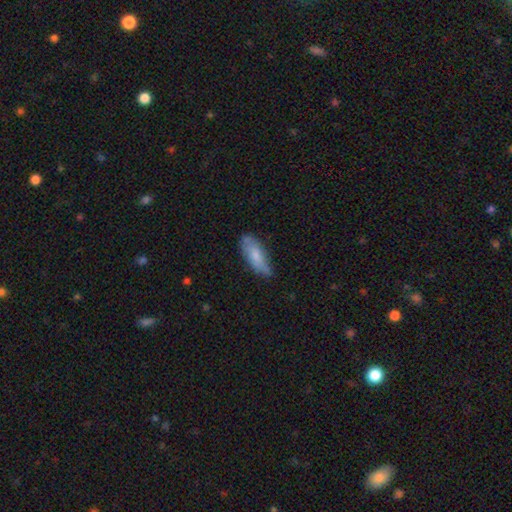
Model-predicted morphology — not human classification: smooth_or_featured: smooth (p=0.71) [alt: featured or disk p=0.22]
how_rounded: in between (p=0.72) [alt: cigar-shaped p=0.26]
merging: none (p=0.54) [alt: minor disturbance p=0.34]